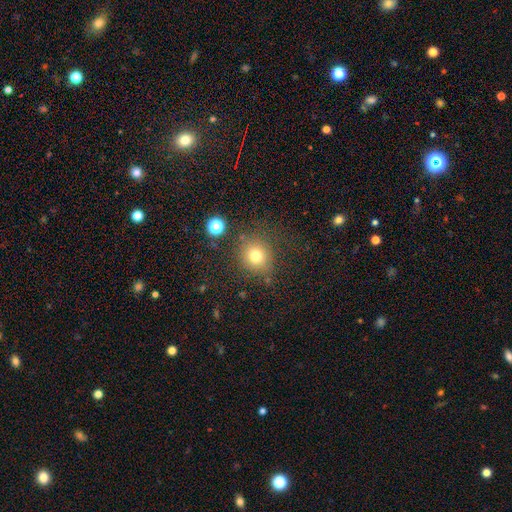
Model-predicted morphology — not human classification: type=smooth (74%); roundness=round (85%); merging=none (78%).